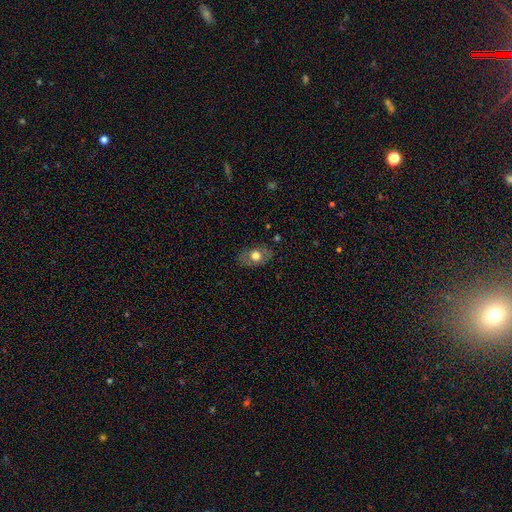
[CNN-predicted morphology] Smooth or featured: smooth — 63% (featured or disk — 28%)
How rounded: in between — 77% (round — 21%)
Merging: none — 78% (minor disturbance — 16%)